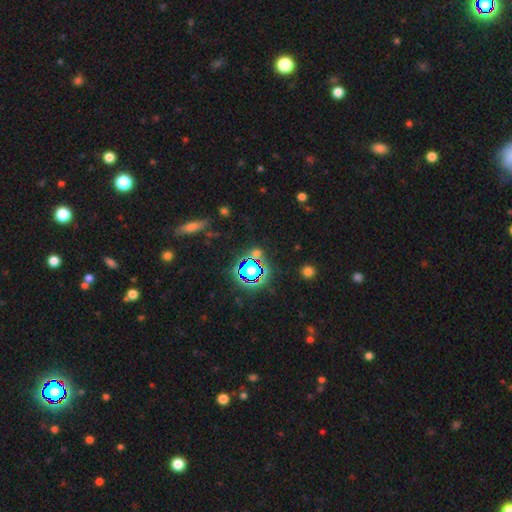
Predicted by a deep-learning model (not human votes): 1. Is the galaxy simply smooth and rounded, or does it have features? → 70% star or artifact, 20% smooth, 11% featured or disk.